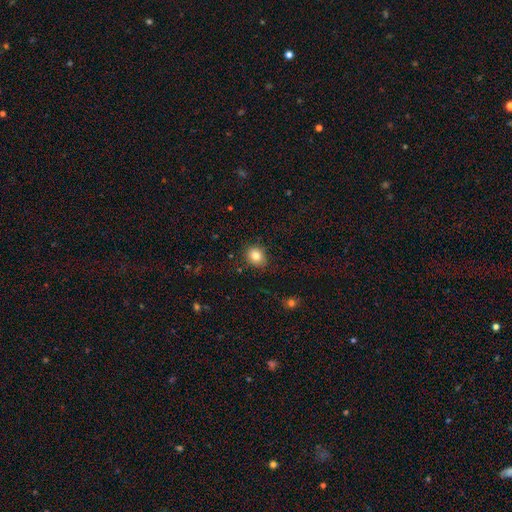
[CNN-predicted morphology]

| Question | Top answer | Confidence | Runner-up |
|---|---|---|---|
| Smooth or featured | smooth | 83% | star or artifact (10%) |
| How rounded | round | 64% | in between (35%) |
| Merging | none | 84% | minor disturbance (12%) |